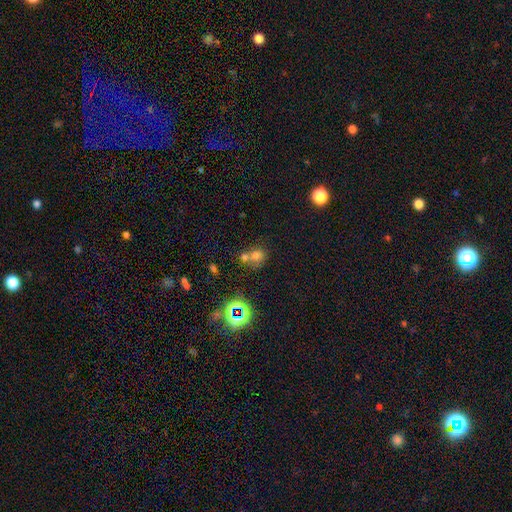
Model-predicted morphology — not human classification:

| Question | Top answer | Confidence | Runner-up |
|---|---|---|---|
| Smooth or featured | smooth | 64% | star or artifact (24%) |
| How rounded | round | 72% | in between (27%) |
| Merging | merger | 46% | none (40%) |